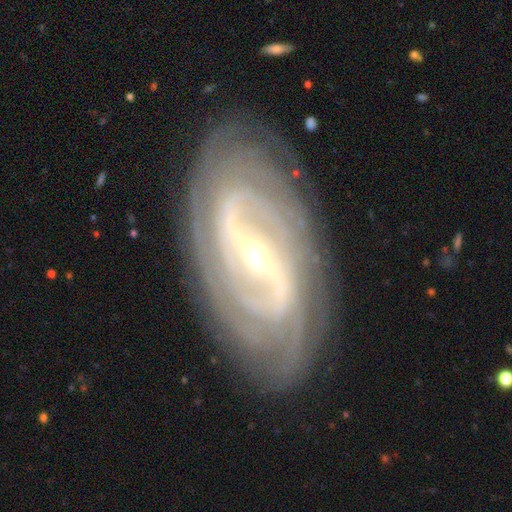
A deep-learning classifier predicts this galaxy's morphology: Overall: featured or disk (91%). Edge-on disk: no (95%). Bar: strong (60%; weak 29%). Spiral arms: yes (96%). Spiral arm count: 2 (36%; can't tell 25%). Spiral winding: tight (59%; medium 30%). Bulge size: small (73%). Merging: none (83%).